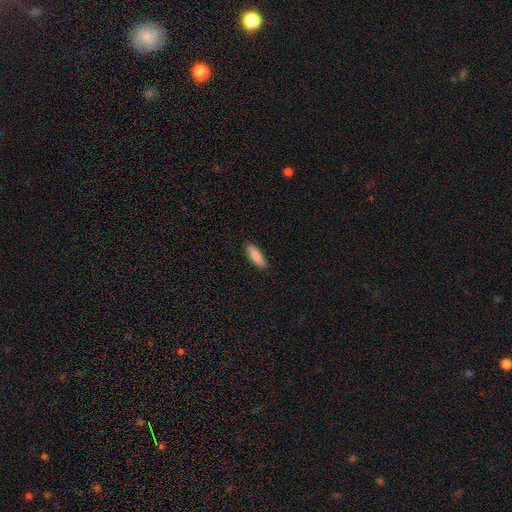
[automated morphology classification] Smooth or featured: smooth — 84% (featured or disk — 10%)
How rounded: cigar-shaped — 61% (in between — 37%)
Merging: none — 89% (minor disturbance — 8%)